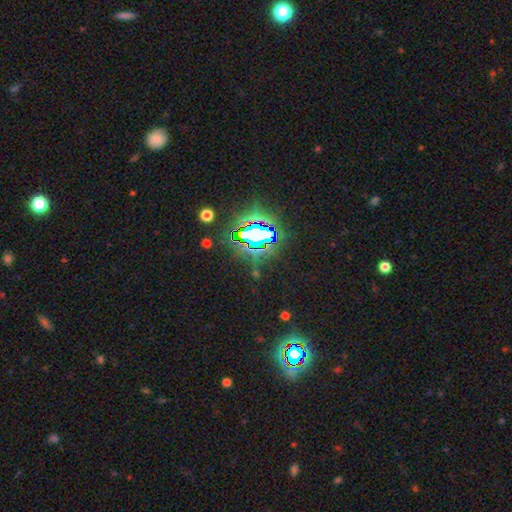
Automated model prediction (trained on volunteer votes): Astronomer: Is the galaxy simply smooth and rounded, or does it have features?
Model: star or artifact — 81%.